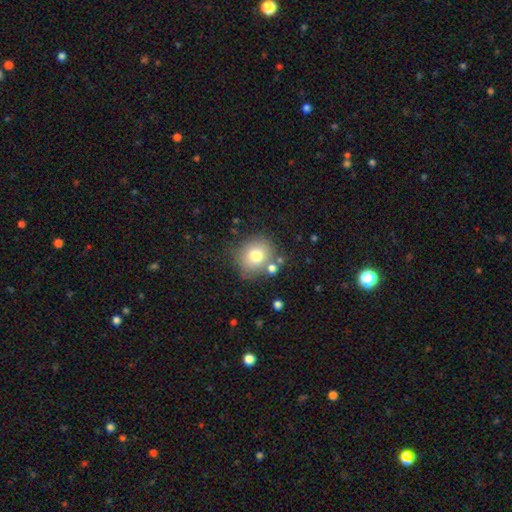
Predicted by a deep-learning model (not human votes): Smooth or featured: smooth — 75% (featured or disk — 13%)
How rounded: round — 83% (in between — 16%)
Merging: none — 74% (minor disturbance — 13%)